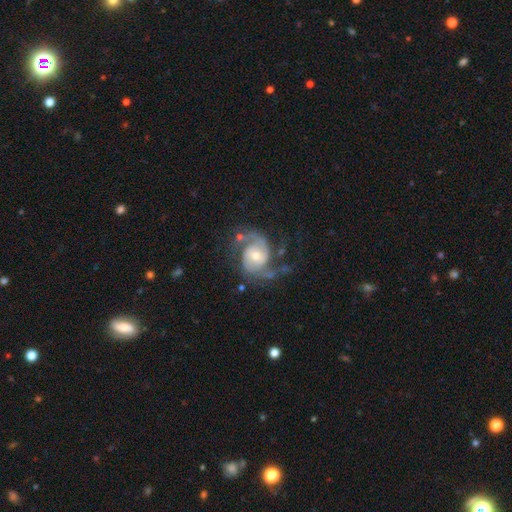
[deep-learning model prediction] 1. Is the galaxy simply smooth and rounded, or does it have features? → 89% featured or disk, 6% smooth, 5% star or artifact.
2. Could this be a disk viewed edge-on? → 98% no, 2% yes.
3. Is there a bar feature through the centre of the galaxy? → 60% no, 33% weak, 7% strong.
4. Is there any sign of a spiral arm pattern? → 97% yes, 3% no.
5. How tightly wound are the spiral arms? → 51% medium, 28% tight, 21% loose.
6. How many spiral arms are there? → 87% 2, 4% can't tell, 3% 3, 3% 1, 1% 4, 1% more than 4.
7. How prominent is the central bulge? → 59% moderate, 33% small, 5% large, 1% none, 1% dominant.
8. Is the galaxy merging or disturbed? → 61% none, 19% minor disturbance, 16% major disturbance, 4% merger.